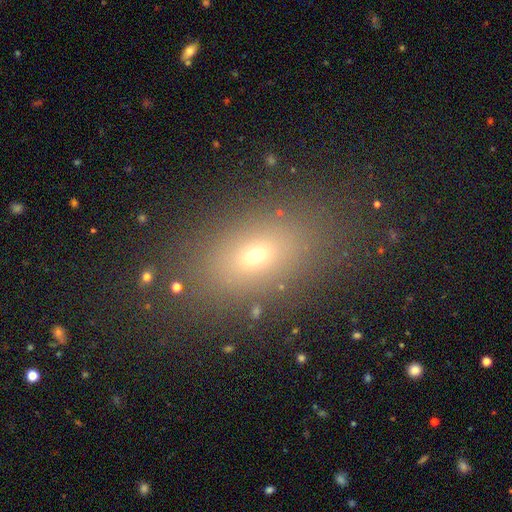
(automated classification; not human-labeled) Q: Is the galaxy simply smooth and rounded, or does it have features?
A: smooth — 63%.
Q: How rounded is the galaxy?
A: in between — 78%.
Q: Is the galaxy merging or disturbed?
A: none — 83%.